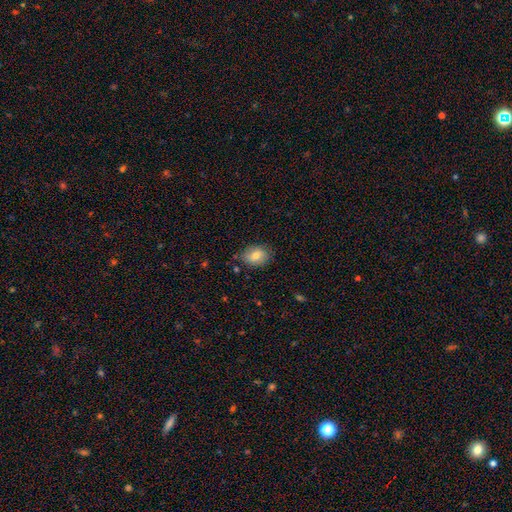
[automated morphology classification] A smooth galaxy with no disk features (79%) that is in between round and cigar-shaped (69%). Merging: none (82%).